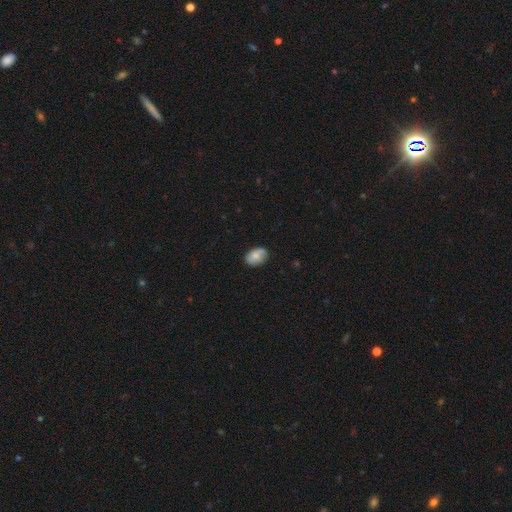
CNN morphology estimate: type=smooth (74%); roundness=in between (77%); merging=none (72%).